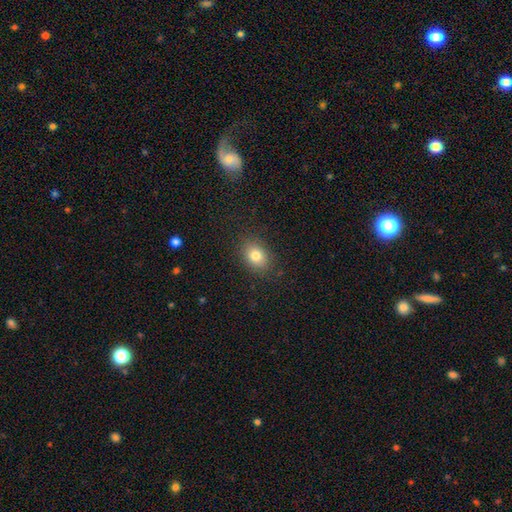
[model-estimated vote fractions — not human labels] Smooth or featured?
  - smooth: 81% *
  - star or artifact: 11%
  - featured or disk: 8%
How rounded?
  - in between: 60% *
  - round: 39%
  - cigar-shaped: 1%
Merging?
  - none: 86% *
  - minor disturbance: 10%
  - major disturbance: 3%
  - merger: 1%